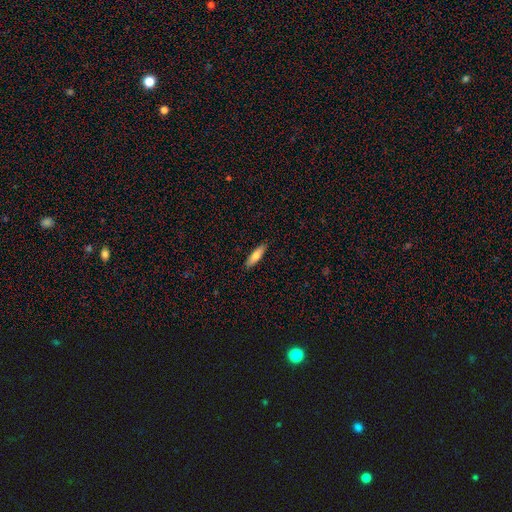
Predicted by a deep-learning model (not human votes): A smooth galaxy with no disk features (75%) that is cigar-shaped (61%). Merging: none (89%).